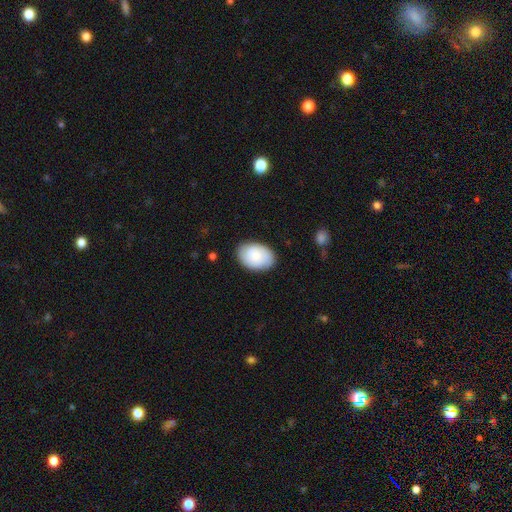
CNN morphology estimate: Smooth or featured: smooth — 72% (featured or disk — 21%)
How rounded: in between — 85% (round — 14%)
Merging: none — 84% (minor disturbance — 12%)